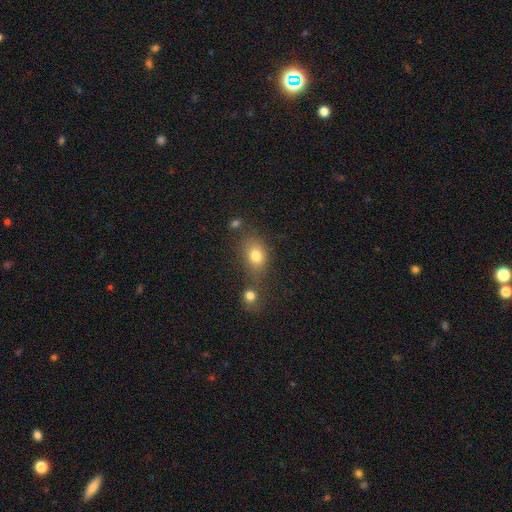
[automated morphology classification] A smooth galaxy with no disk features (78%) that is in between round and cigar-shaped (62%). Merging: none (54%).